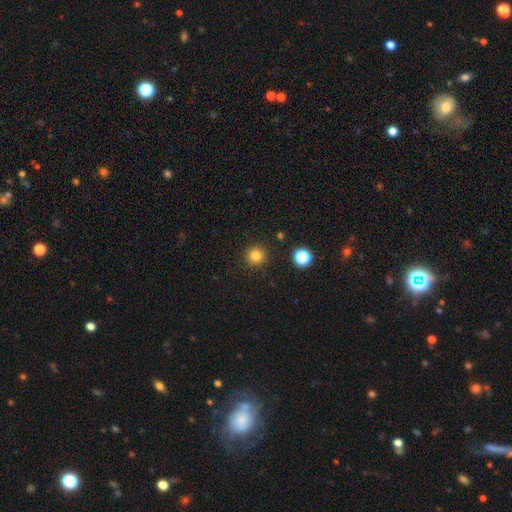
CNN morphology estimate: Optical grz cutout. It shows a smooth galaxy with no disk features (83%) that is round (95%). Merging: none (92%).